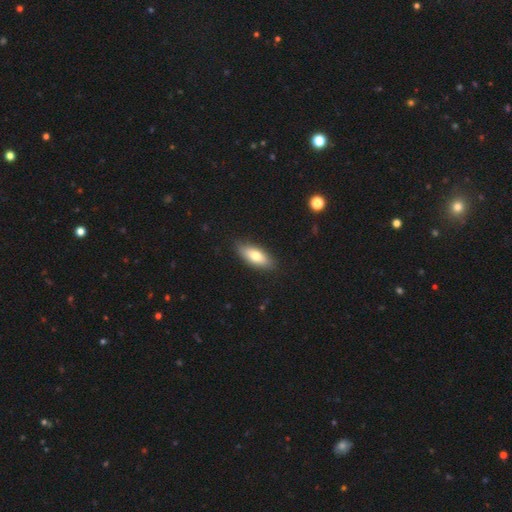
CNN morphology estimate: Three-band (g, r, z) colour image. It shows a smooth galaxy with no disk features (73%) that is in between round and cigar-shaped (78%). Merging: none (86%).